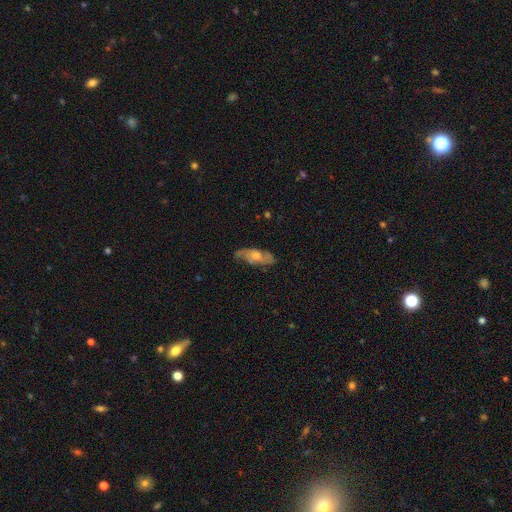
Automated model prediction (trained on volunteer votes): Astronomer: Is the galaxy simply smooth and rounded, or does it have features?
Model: featured or disk — 66%.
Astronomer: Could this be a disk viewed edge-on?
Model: no — 78%.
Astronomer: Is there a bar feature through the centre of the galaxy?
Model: no — 73%.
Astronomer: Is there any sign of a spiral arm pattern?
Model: yes — 82%.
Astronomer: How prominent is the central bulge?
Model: moderate — 61%.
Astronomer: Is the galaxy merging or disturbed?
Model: none — 77%.